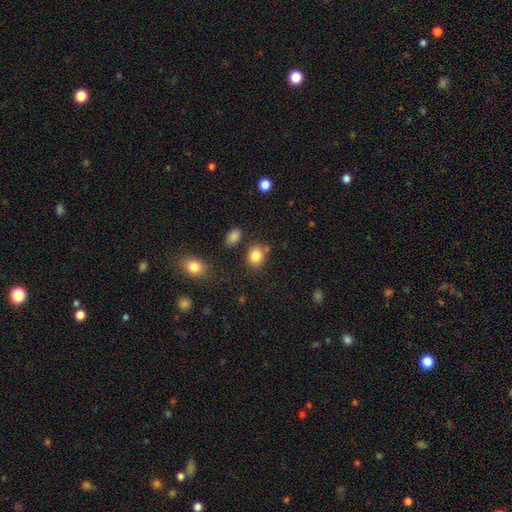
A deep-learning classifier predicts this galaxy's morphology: A smooth galaxy with no disk features (85%) that is round (59%). Merging: none (75%).